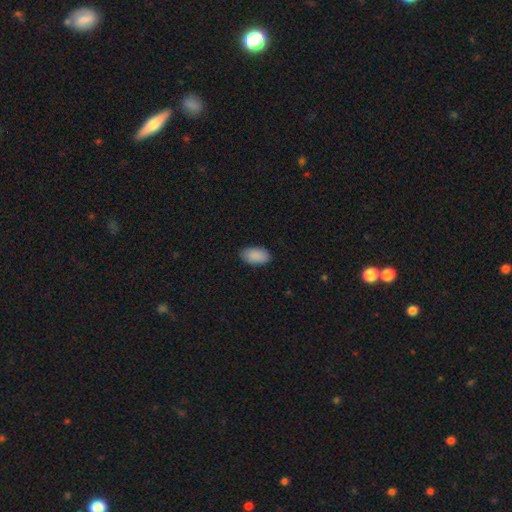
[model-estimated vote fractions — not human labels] Smooth or featured? smooth (90%)
How rounded? in between (95%)
Merging? none (87%)